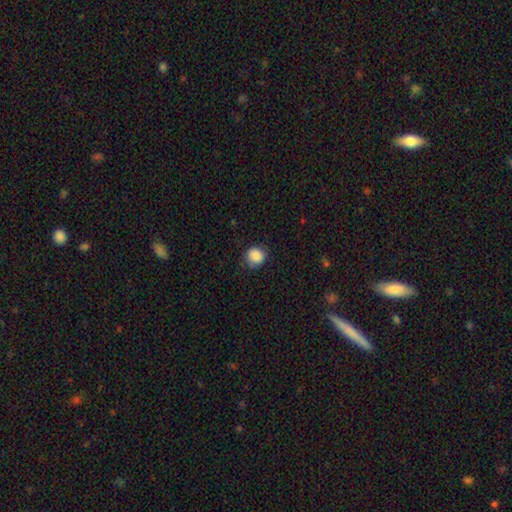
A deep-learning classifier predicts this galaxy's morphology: A smooth galaxy with no disk features (87%) that is round (82%). Merging: none (79%).